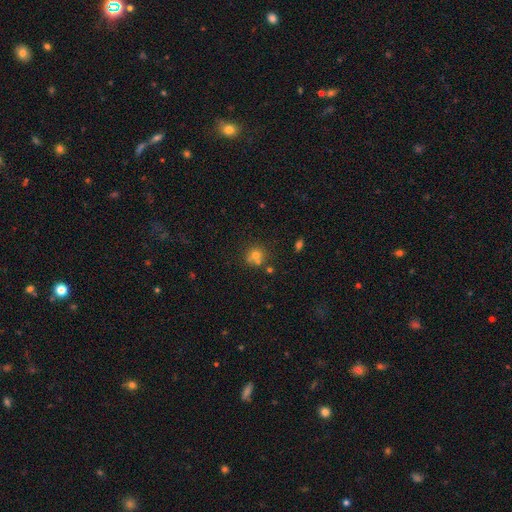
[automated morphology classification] smooth-or-featured: smooth: 68% | star or artifact: 17% | featured or disk: 15%
  how-rounded: round: 84% | in between: 15% | cigar-shaped: 1%
  merging: none: 53% | merger: 32% | minor disturbance: 11% | major disturbance: 4%